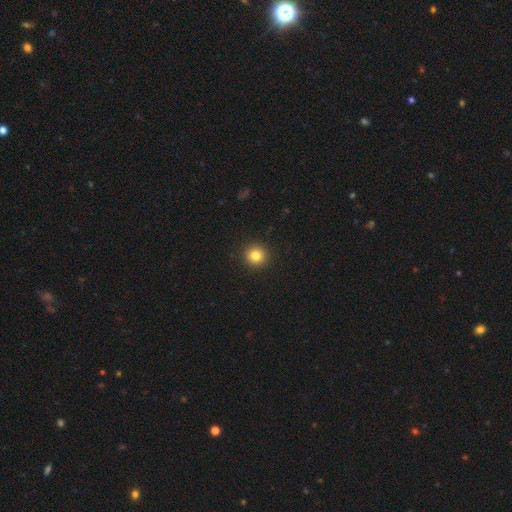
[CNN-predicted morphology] smooth 82%, star or artifact 12%, featured or disk 6%. Down the decision tree: how rounded — round (93%); merging — none (93%).